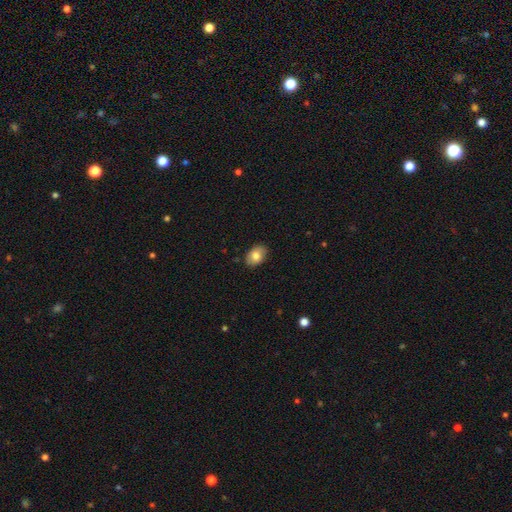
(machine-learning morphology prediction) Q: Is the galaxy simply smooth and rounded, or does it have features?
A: smooth — 81%.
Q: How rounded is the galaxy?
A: in between — 86%.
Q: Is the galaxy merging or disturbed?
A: none — 86%.